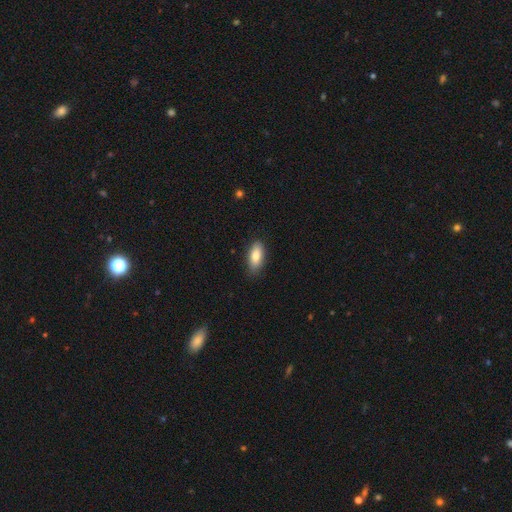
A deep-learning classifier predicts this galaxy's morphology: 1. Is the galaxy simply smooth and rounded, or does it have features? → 82% smooth, 11% featured or disk, 7% star or artifact.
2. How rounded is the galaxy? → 85% in between, 12% cigar-shaped, 3% round.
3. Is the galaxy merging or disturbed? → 82% none, 14% minor disturbance, 2% major disturbance, 1% merger.